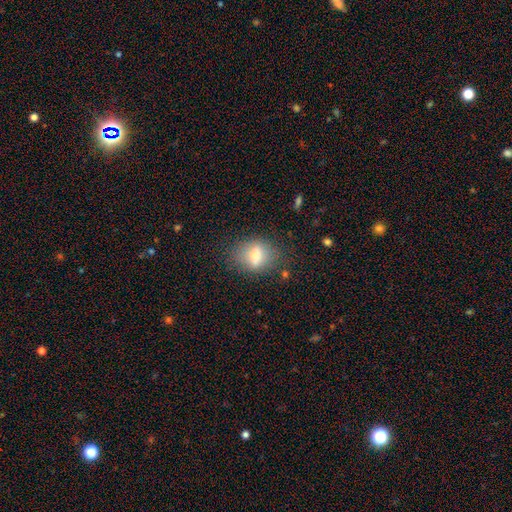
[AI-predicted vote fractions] Overall: smooth (66%). How rounded: in between (62%; round 31%). Merging: none (71%).